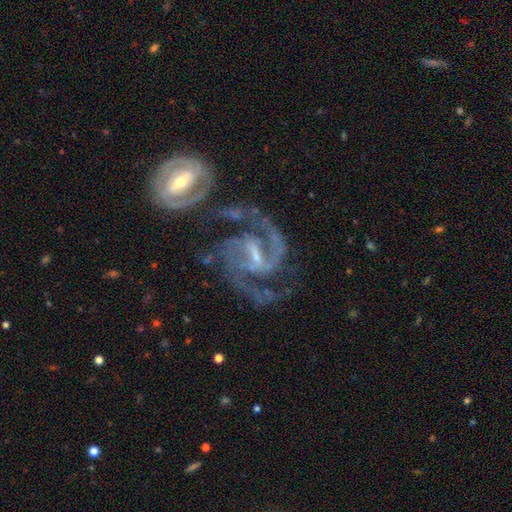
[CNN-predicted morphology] This is clearly a featured or disk galaxy (92%). It is clearly not viewed edge-on (97%). Bar: possibly strong (55%). Spiral arm pattern: clearly yes (98%). Spiral arm count: clearly 2 (85%). Spiral winding: possibly medium (60%). Central bulge: likely small (64%). Merging: possibly none (53%).